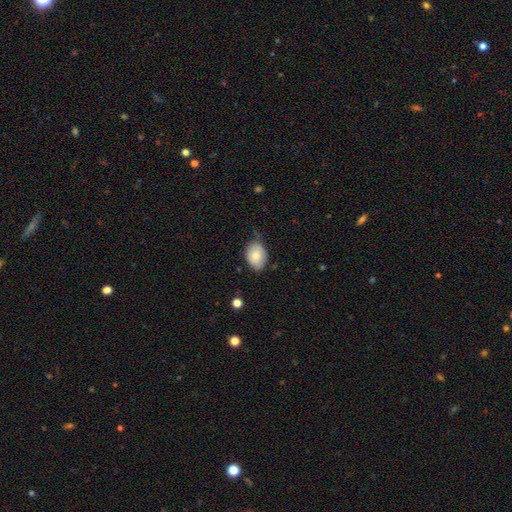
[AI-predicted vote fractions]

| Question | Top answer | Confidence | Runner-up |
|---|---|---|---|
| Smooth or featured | smooth | 77% | featured or disk (15%) |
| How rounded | in between | 77% | round (22%) |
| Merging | none | 64% | minor disturbance (30%) |